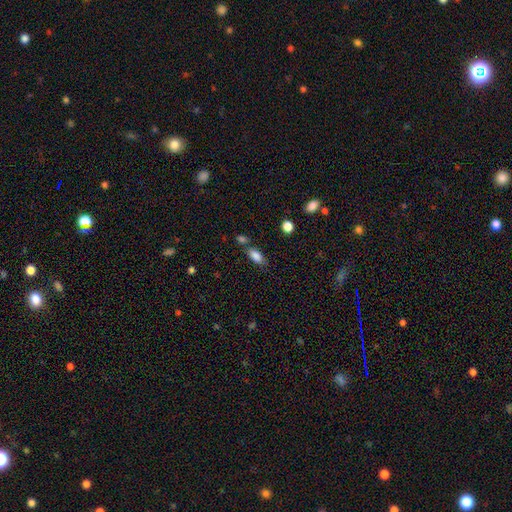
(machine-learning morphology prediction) type=smooth (84%); roundness=in between (85%); merging=none (66%).